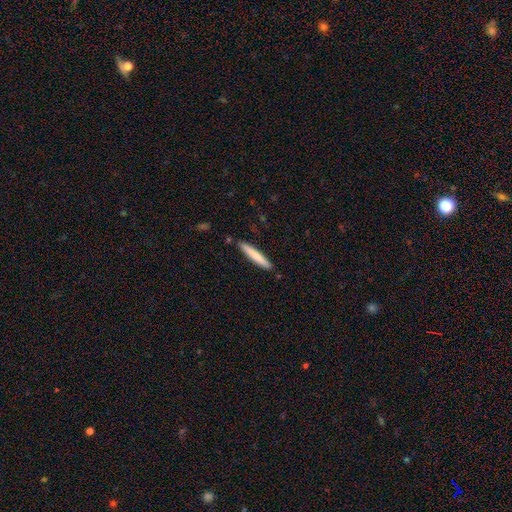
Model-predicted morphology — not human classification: This is likely a smooth galaxy (75%). How rounded: clearly cigar-shaped (95%). Merging: clearly none (89%).